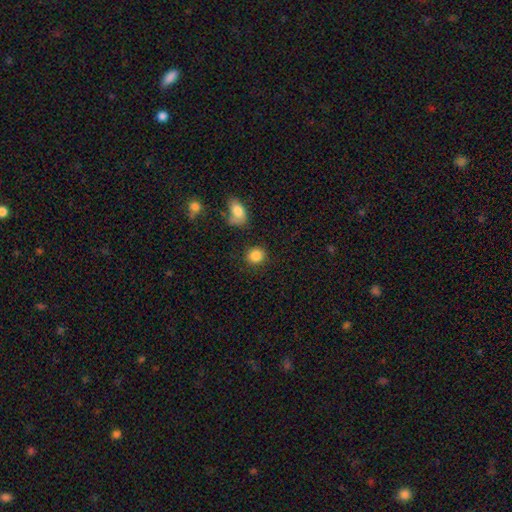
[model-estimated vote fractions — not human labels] smooth-or-featured: smooth: 87% | star or artifact: 9% | featured or disk: 4%
  how-rounded: round: 79% | in between: 20% | cigar-shaped: 1%
  merging: none: 84% | minor disturbance: 9% | merger: 4% | major disturbance: 3%